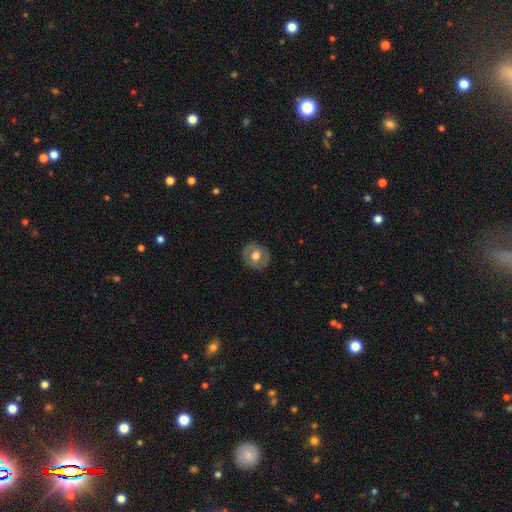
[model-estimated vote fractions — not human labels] Smooth or featured?
  - smooth: 56% *
  - featured or disk: 36%
  - star or artifact: 7%
How rounded?
  - round: 81% *
  - in between: 18%
  - cigar-shaped: 1%
Merging?
  - none: 86% *
  - minor disturbance: 10%
  - major disturbance: 3%
  - merger: 1%